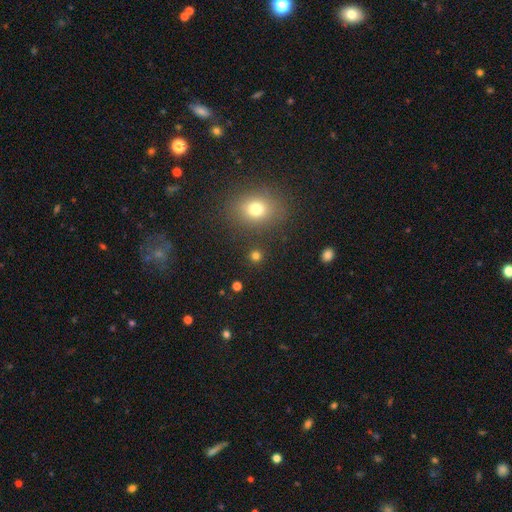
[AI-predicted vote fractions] smooth_or_featured: smooth (p=0.77) [alt: star or artifact p=0.18]
how_rounded: round (p=0.90) [alt: in between p=0.09]
merging: none (p=0.87) [alt: minor disturbance p=0.06]